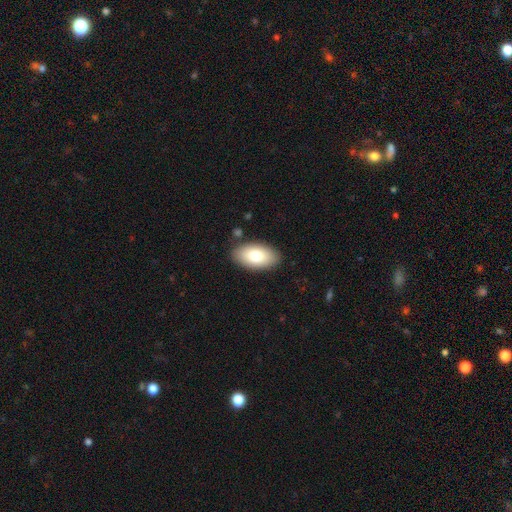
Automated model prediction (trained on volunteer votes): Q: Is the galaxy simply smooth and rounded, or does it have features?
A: smooth — 79%.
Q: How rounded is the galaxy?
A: in between — 95%.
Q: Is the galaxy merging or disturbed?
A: none — 86%.